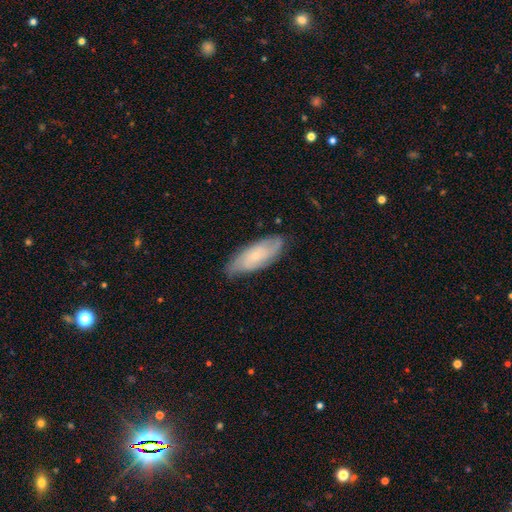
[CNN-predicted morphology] A featured or disk galaxy (53%). Merging: none (76%).